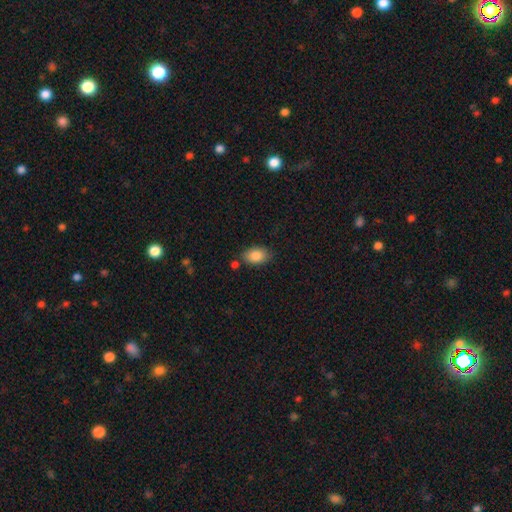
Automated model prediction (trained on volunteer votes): smooth_or_featured: smooth (p=0.86) [alt: star or artifact p=0.07]
how_rounded: in between (p=0.87) [alt: round p=0.11]
merging: none (p=0.76) [alt: minor disturbance p=0.14]